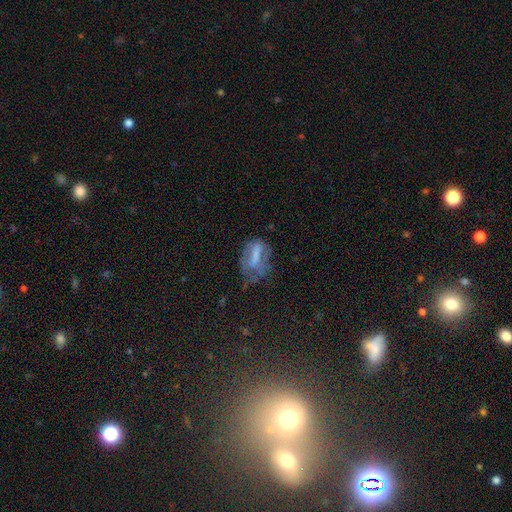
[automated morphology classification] type=smooth (46%); merging=none (35%).